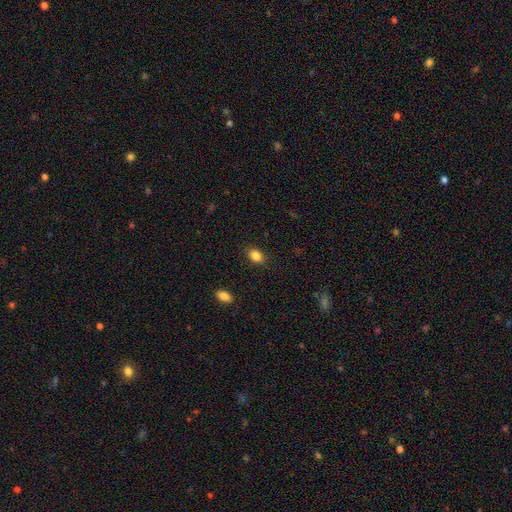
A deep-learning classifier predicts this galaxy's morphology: smooth-or-featured: smooth: 85% | star or artifact: 10% | featured or disk: 5%
  how-rounded: in between: 72% | round: 27% | cigar-shaped: 1%
  merging: none: 86% | minor disturbance: 10% | major disturbance: 3% | merger: 1%